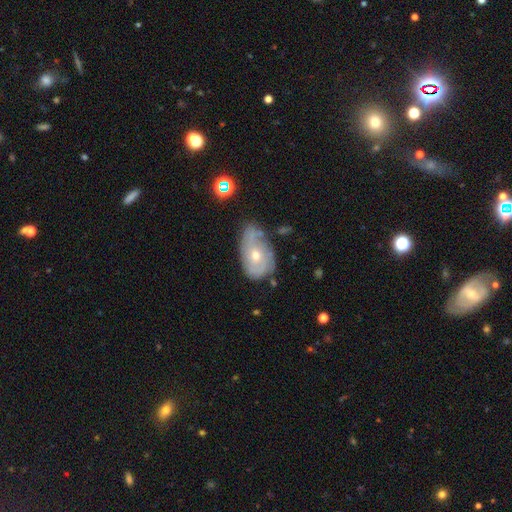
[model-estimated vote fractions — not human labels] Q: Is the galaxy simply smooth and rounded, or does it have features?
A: featured or disk — 68%.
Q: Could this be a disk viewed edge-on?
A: no — 94%.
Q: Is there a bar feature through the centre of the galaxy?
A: no — 79%.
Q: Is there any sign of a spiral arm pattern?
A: yes — 79%.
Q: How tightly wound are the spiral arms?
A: tight — 54%.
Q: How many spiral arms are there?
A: can't tell — 46%.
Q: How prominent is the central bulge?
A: moderate — 52%.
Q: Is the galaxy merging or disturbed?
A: none — 50%.